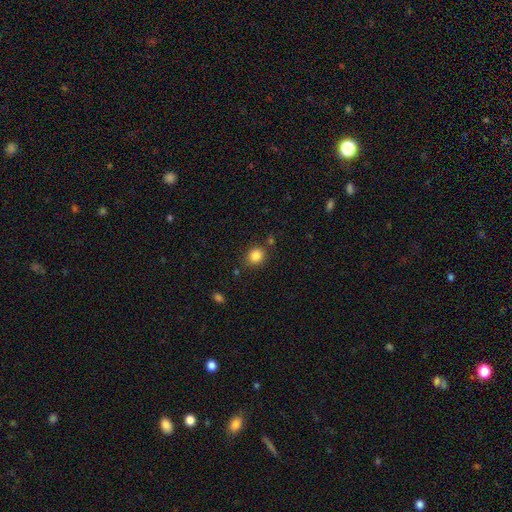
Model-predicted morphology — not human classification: The model was most divided on "how rounded": round: 78%, in between: 21%, cigar-shaped: 1%. More confident: smooth or featured — smooth (85%); merging — none (82%).